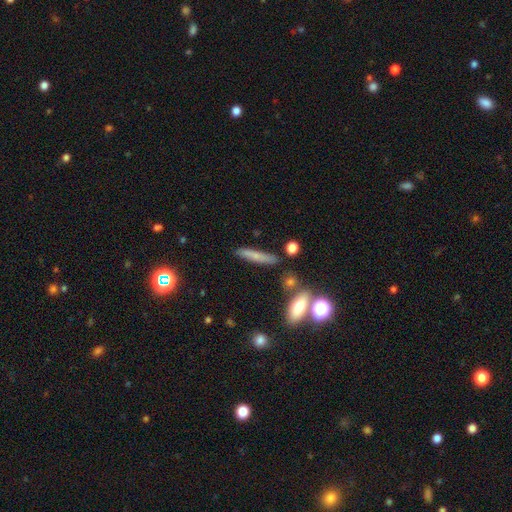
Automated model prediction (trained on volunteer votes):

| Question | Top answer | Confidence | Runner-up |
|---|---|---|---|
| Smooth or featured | smooth | 64% | featured or disk (26%) |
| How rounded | cigar-shaped | 87% | in between (10%) |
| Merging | none | 80% | minor disturbance (12%) |